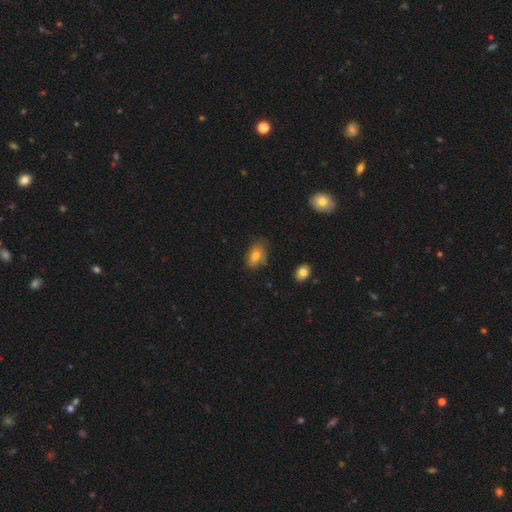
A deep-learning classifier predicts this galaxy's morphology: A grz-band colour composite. It shows a smooth galaxy with no disk features (76%) that is in between round and cigar-shaped (85%). Merging: none (65%).